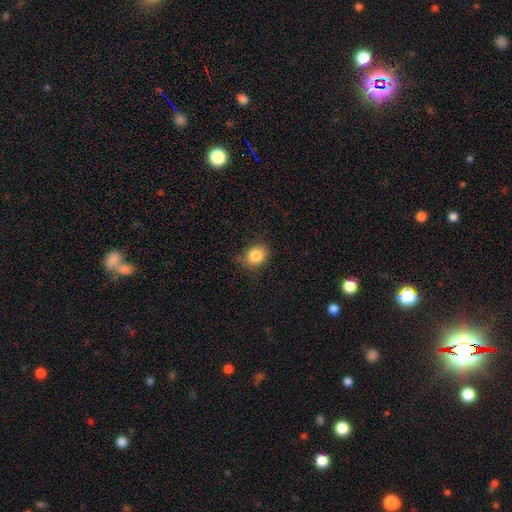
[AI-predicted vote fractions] smooth_or_featured: smooth (p=0.84) [alt: star or artifact p=0.10]
how_rounded: round (p=0.58) [alt: in between p=0.42]
merging: none (p=0.76) [alt: minor disturbance p=0.19]